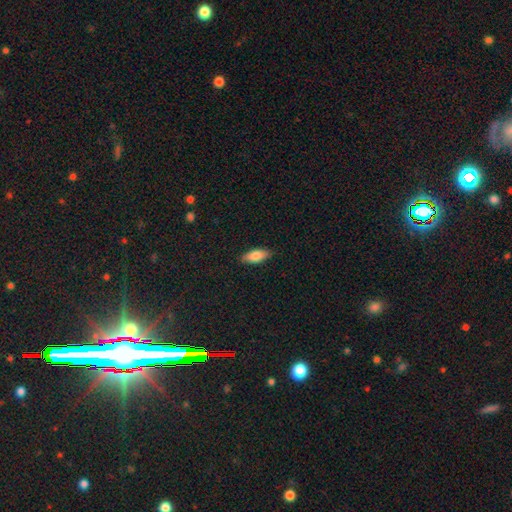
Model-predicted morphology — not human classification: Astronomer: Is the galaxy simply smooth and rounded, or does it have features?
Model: smooth — 80%.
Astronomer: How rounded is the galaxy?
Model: in between — 78%.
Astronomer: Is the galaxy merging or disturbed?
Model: none — 86%.